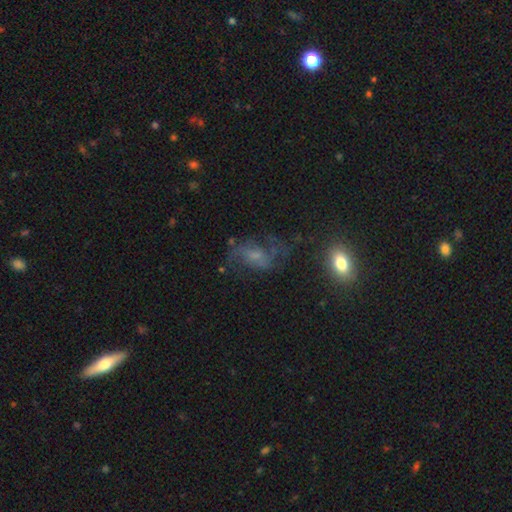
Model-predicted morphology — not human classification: Q: Smooth or featured?
A: featured or disk (58%); runner-up: smooth (25%)
Q: Edge-on disk?
A: no (96%); runner-up: yes (4%)
Q: Bar?
A: no (57%); runner-up: weak (35%)
Q: Spiral arms?
A: yes (74%); runner-up: no (26%)
Q: Bulge size?
A: small (45%); runner-up: moderate (26%)
Q: Merging?
A: none (48%); runner-up: major disturbance (27%)